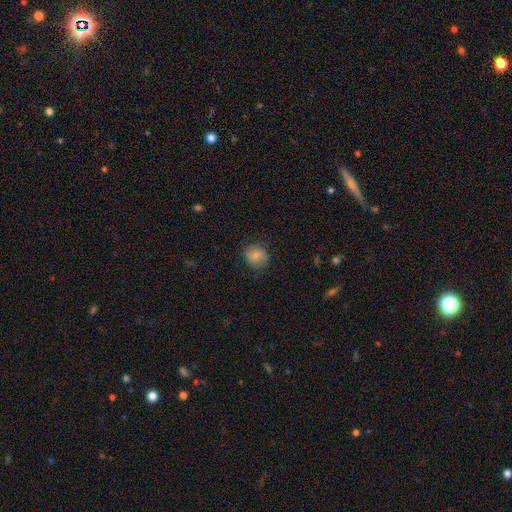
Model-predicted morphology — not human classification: smooth 80%, featured or disk 10%, star or artifact 9%. Down the decision tree: how rounded — round (81%); merging — none (82%).